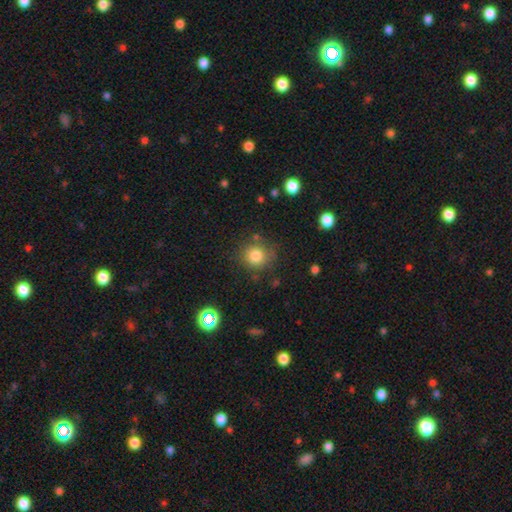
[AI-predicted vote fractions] A smooth galaxy with no disk features (81%) that is round (88%).

Vote fractions:
- Smooth or featured? smooth: 81% / star or artifact: 12% / featured or disk: 7%
- How rounded? round: 88% / in between: 11% / cigar-shaped: 1%
- Merging? none: 79% / minor disturbance: 12% / major disturbance: 4% / merger: 4%